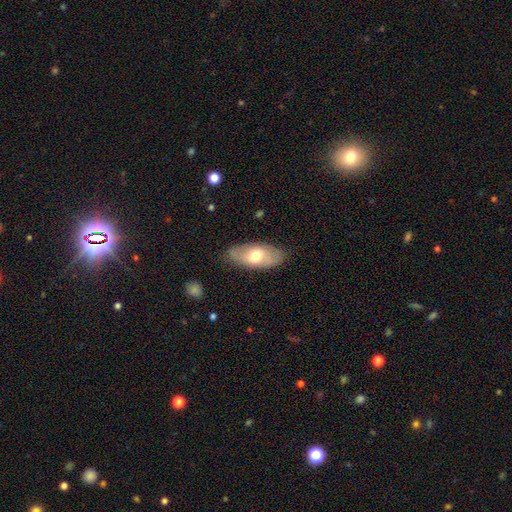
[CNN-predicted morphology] Smooth or featured?
  - smooth: 61% *
  - featured or disk: 33%
  - star or artifact: 6%
How rounded?
  - in between: 90% *
  - cigar-shaped: 7%
  - round: 3%
Merging?
  - none: 81% *
  - minor disturbance: 15%
  - major disturbance: 4%
  - merger: 1%